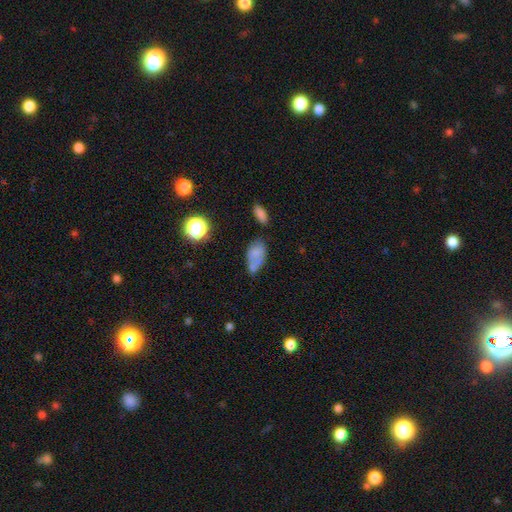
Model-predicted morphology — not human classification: A smooth galaxy with no disk features (64%) that is in between round and cigar-shaped (88%). Merging: none (36%).